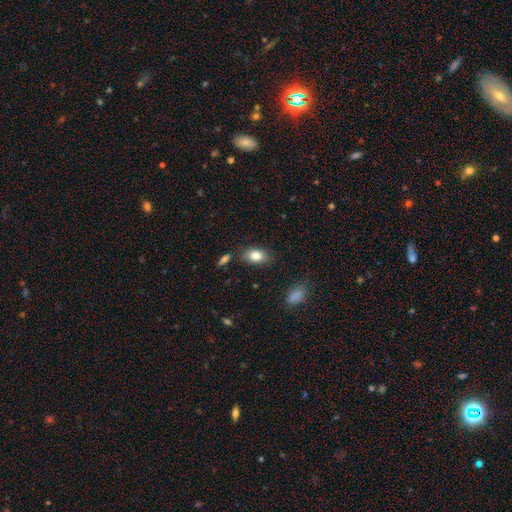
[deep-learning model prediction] Morphology: type=smooth (83%); roundness=in between (86%); merging=none (80%).